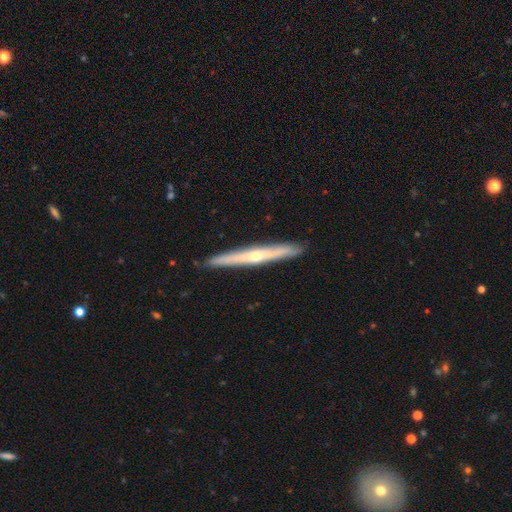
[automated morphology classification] Q: Smooth or featured?
A: featured or disk (70%); runner-up: smooth (24%)
Q: Edge-on disk?
A: yes (96%); runner-up: no (4%)
Q: Edge-on bulge?
A: rounded (80%); runner-up: none (18%)
Q: Merging?
A: none (92%); runner-up: minor disturbance (6%)